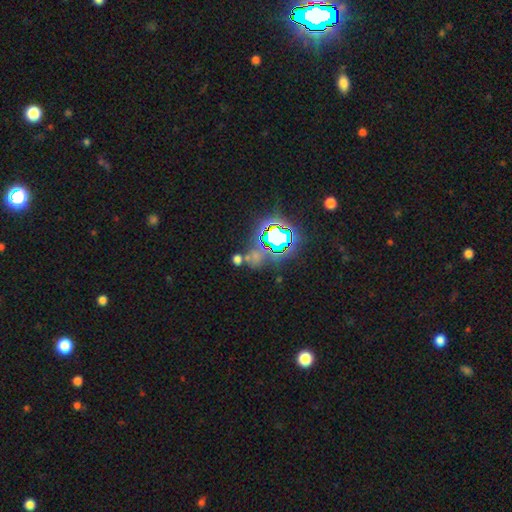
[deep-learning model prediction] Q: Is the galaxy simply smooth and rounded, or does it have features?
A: star or artifact — 55%.